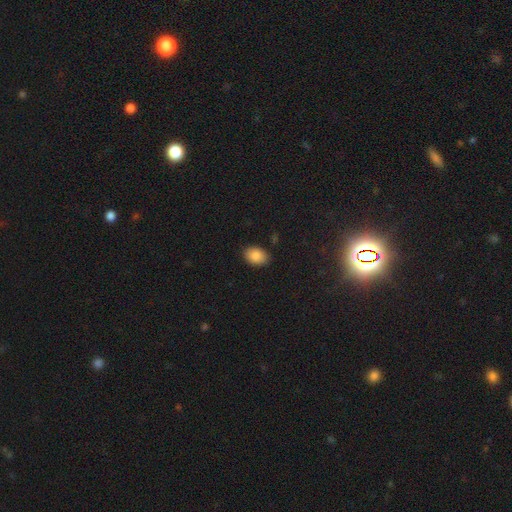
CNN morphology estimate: Smooth or featured?
  - smooth: 87% *
  - star or artifact: 8%
  - featured or disk: 5%
How rounded?
  - in between: 81% *
  - round: 18%
  - cigar-shaped: 1%
Merging?
  - none: 86% *
  - minor disturbance: 10%
  - major disturbance: 2%
  - merger: 1%